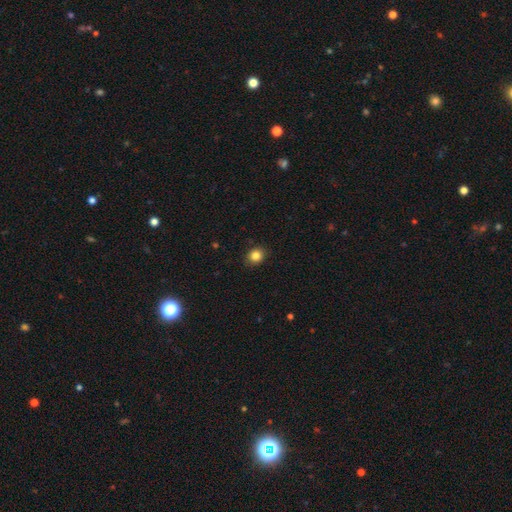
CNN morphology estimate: Smooth or featured? smooth (84%)
How rounded? round (73%)
Merging? none (90%)